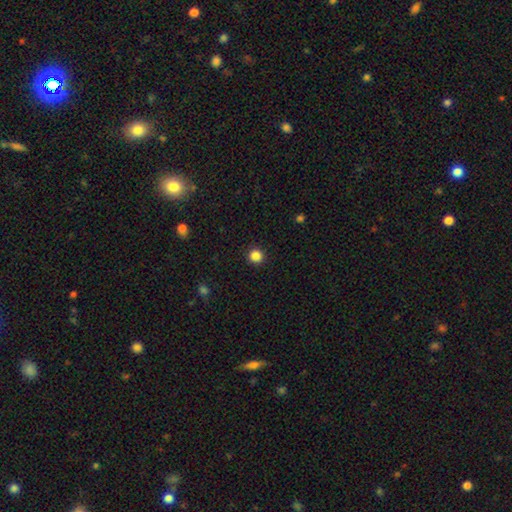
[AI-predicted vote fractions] Smooth or featured? smooth (85%)
How rounded? round (95%)
Merging? none (93%)